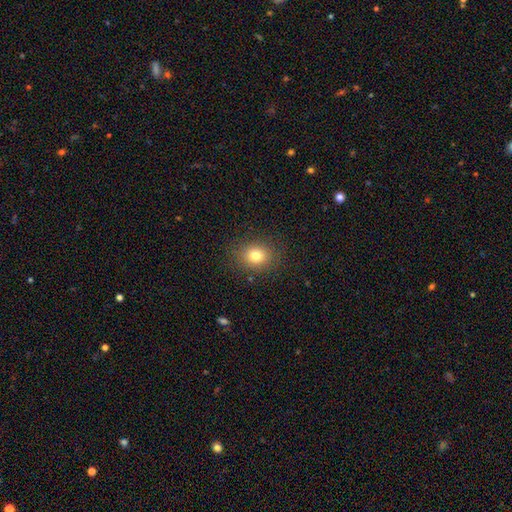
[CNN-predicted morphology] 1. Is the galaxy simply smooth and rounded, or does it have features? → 79% smooth, 13% star or artifact, 8% featured or disk.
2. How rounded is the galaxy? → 61% round, 39% in between, 1% cigar-shaped.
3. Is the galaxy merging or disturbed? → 87% none, 9% minor disturbance, 3% major disturbance, 1% merger.